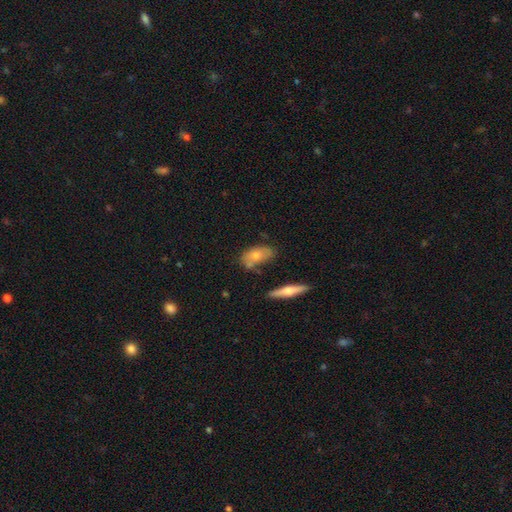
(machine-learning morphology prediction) The model was most divided on "merging": none: 58%, minor disturbance: 24%, merger: 11%, major disturbance: 7%. More confident: how rounded — in between (84%); smooth or featured — smooth (67%).